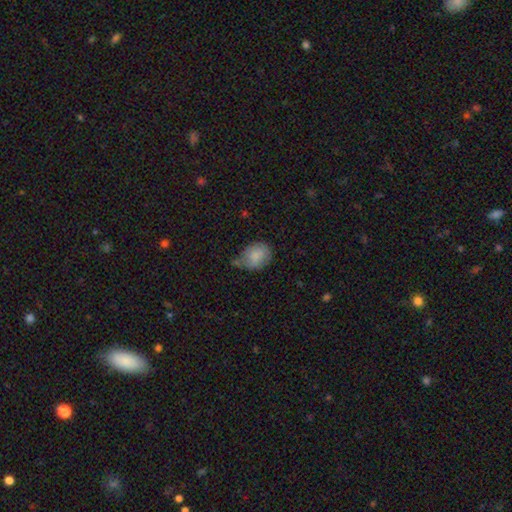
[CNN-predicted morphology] Q: Smooth or featured?
A: smooth (81%); runner-up: featured or disk (11%)
Q: How rounded?
A: in between (51%); runner-up: round (48%)
Q: Merging?
A: none (40%); runner-up: minor disturbance (39%)